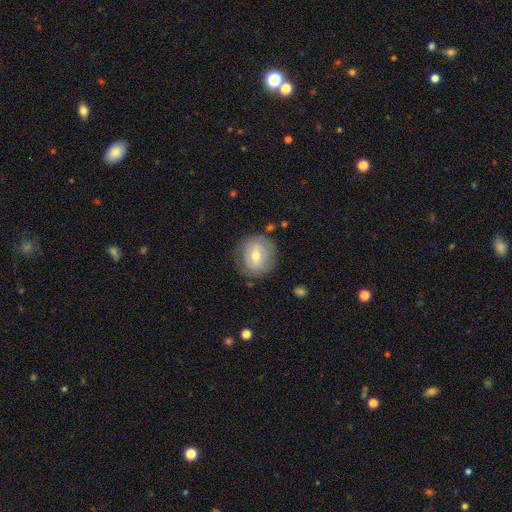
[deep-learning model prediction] Smooth or featured: smooth — 56% (featured or disk — 37%)
How rounded: round — 77% (in between — 22%)
Merging: none — 76% (minor disturbance — 16%)